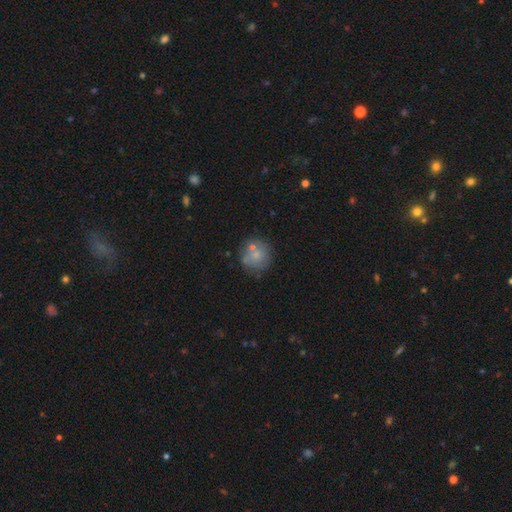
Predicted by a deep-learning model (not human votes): Smooth or featured? smooth (66%)
How rounded? round (89%)
Merging? none (62%)